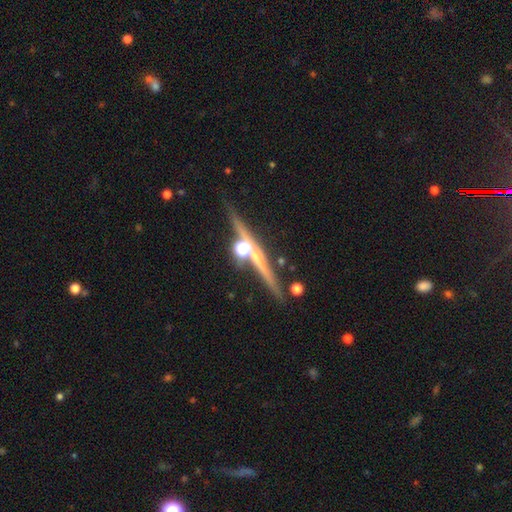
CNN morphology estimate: smooth_or_featured: featured or disk (p=0.77) [alt: smooth p=0.12]
disk_edge_on: yes (p=0.97) [alt: no p=0.03]
edge_on_bulge: rounded (p=0.81) [alt: none p=0.14]
merging: none (p=0.80) [alt: minor disturbance p=0.09]